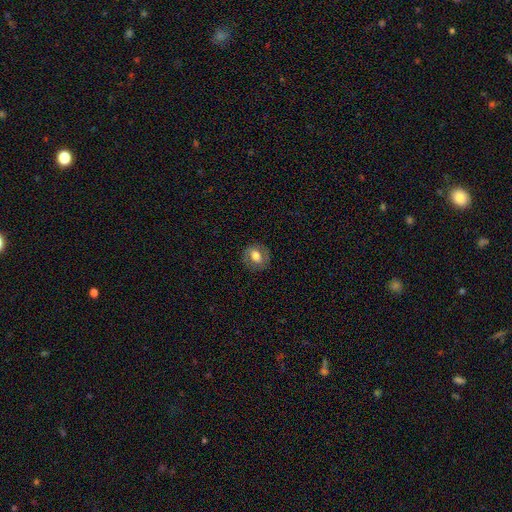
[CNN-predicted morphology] Smooth or featured? smooth (63%)
How rounded? round (49%, tied with in between)
Merging? none (81%)